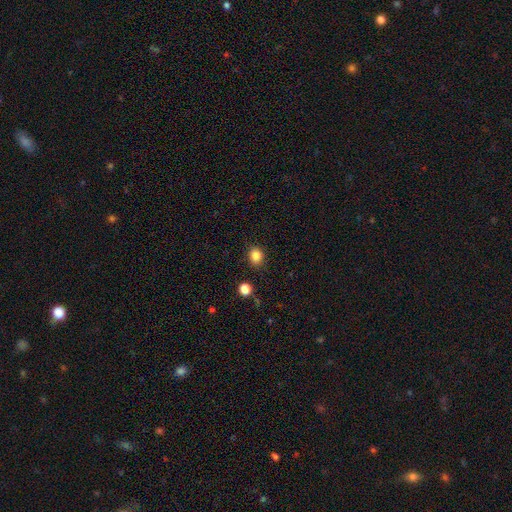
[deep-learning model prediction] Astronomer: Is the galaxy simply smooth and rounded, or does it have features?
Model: smooth — 84%.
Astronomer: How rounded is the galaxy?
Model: round — 73%.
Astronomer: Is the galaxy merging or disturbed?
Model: none — 87%.